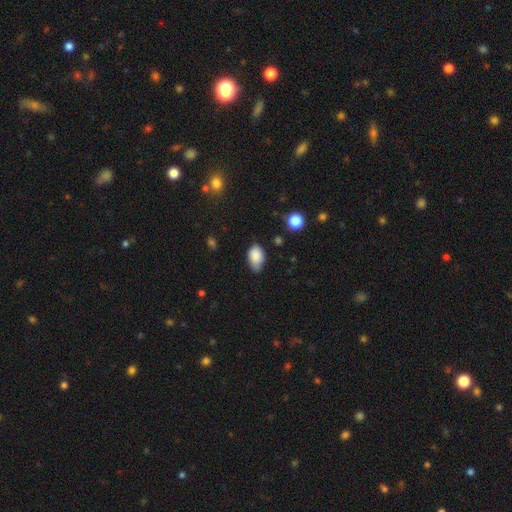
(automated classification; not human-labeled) Overall: smooth (85%). How rounded: in between (90%). Merging: none (56%; minor disturbance 36%).